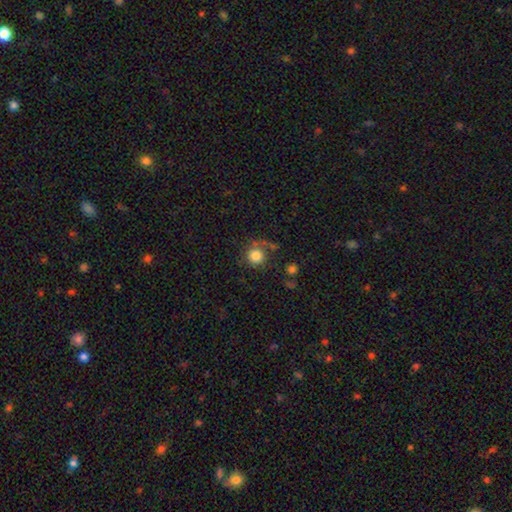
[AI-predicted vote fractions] Overall: smooth (82%). How rounded: round (93%). Merging: none (70%).